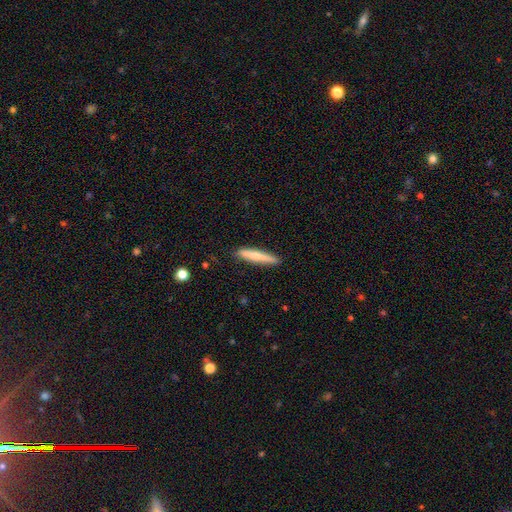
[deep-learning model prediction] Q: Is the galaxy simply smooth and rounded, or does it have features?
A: smooth — 66%.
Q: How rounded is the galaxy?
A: cigar-shaped — 92%.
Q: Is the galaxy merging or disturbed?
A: none — 88%.